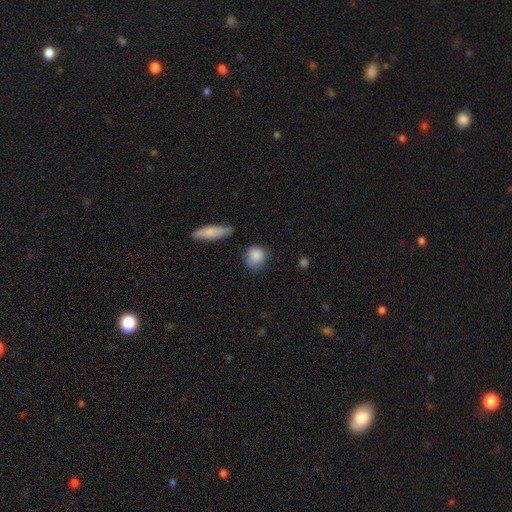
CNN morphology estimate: This appears to be a smooth galaxy with no disk features (87%) that is round (73%). Merging: none (69%).